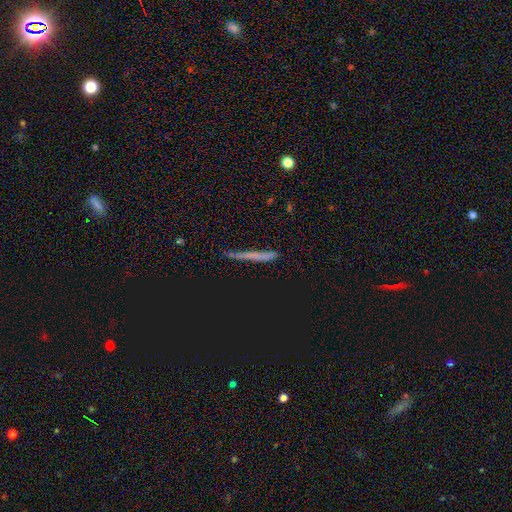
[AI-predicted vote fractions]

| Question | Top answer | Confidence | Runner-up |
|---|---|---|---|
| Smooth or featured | smooth | 55% | featured or disk (25%) |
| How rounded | cigar-shaped | 93% | in between (4%) |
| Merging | none | 78% | minor disturbance (16%) |